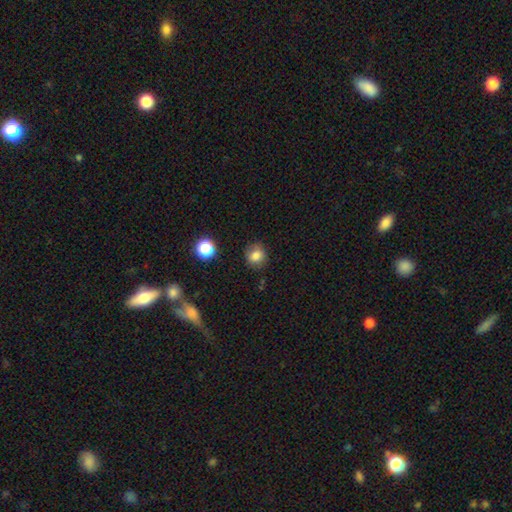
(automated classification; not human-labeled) A smooth galaxy with no disk features (81%) that is round (78%). Merging: none (81%).